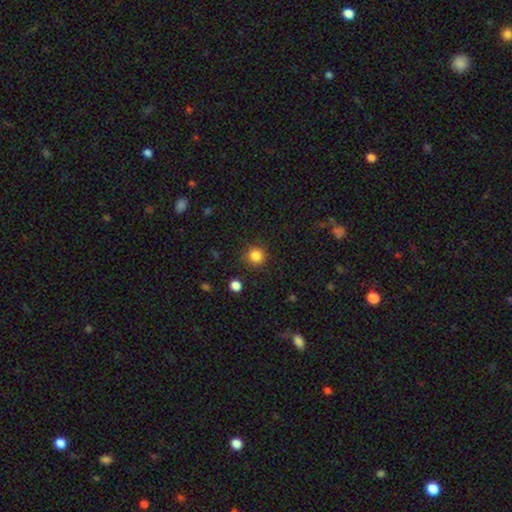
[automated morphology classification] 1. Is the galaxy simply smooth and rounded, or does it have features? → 85% smooth, 11% star or artifact, 4% featured or disk.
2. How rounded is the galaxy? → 93% round, 6% in between, 1% cigar-shaped.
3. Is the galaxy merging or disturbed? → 87% none, 9% minor disturbance, 3% major disturbance, 2% merger.